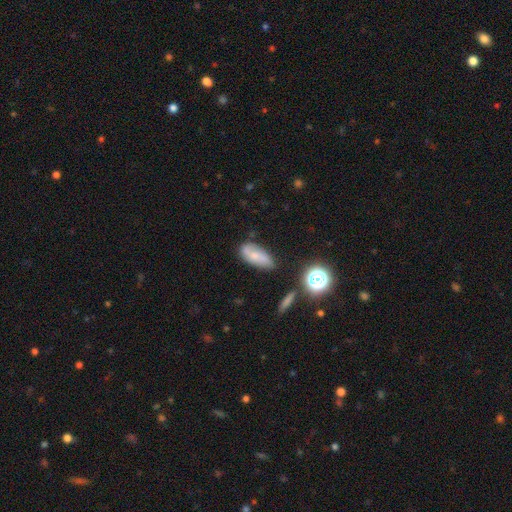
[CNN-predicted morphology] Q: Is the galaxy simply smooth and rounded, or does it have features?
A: smooth — 58%.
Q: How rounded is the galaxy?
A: in between — 80%.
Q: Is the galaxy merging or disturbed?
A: none — 68%.